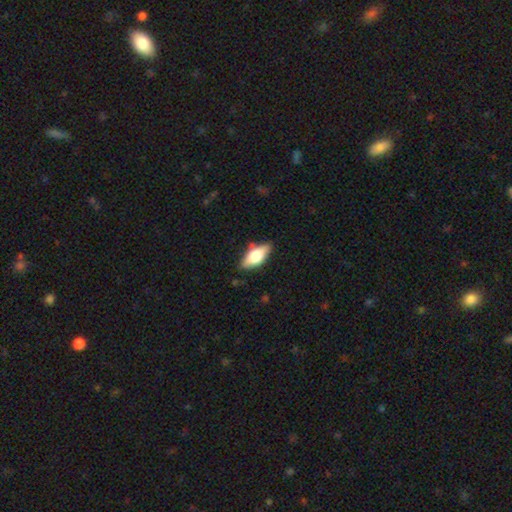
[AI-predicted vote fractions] This appears to be a smooth galaxy with no disk features (57%) that is in between round and cigar-shaped (81%). Merging: none (81%).